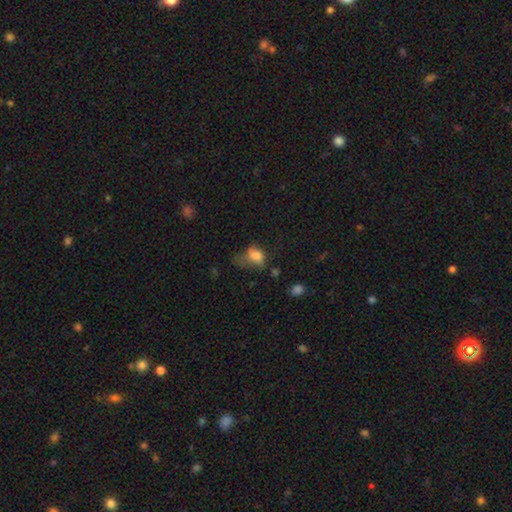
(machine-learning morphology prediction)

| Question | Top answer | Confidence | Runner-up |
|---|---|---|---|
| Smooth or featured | smooth | 72% | featured or disk (16%) |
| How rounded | in between | 72% | round (26%) |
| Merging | major disturbance | 44% | minor disturbance (27%) |